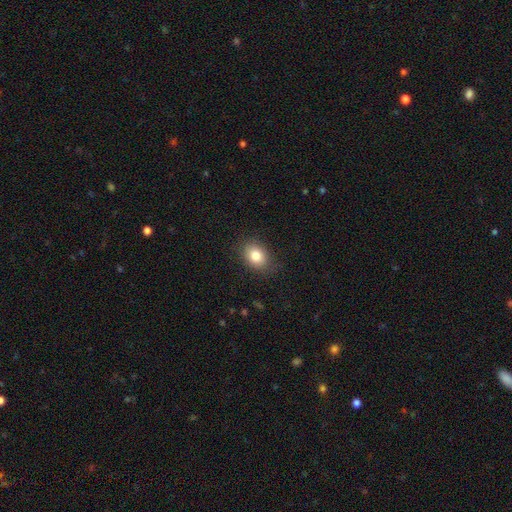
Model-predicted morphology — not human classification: A smooth galaxy with no disk features (82%) that is in between round and cigar-shaped (60%). Merging: none (82%).